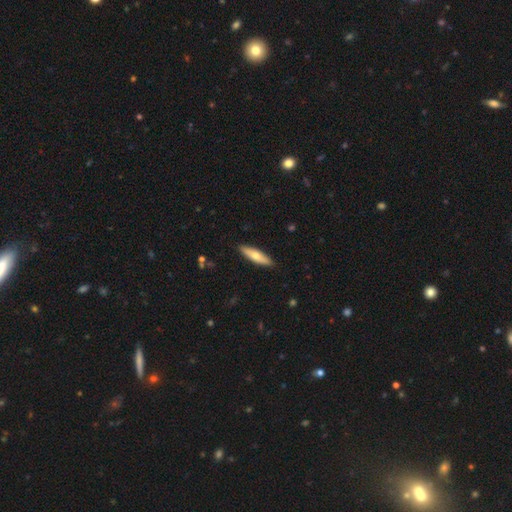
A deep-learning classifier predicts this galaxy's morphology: The model was most divided on "smooth or featured": smooth: 61%, featured or disk: 33%, star or artifact: 5%. More confident: merging — none (90%); how rounded — cigar-shaped (69%).